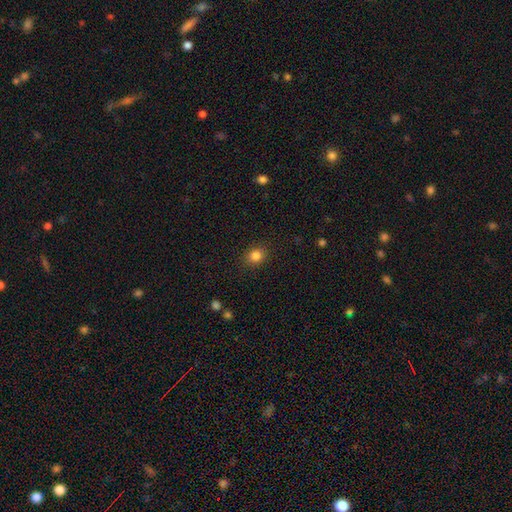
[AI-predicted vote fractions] A smooth galaxy with no disk features (84%) that is round (72%).

Vote fractions:
- Smooth or featured? smooth: 84% / star or artifact: 12% / featured or disk: 5%
- How rounded? round: 72% / in between: 27% / cigar-shaped: 1%
- Merging? none: 88% / minor disturbance: 9% / major disturbance: 3% / merger: 1%